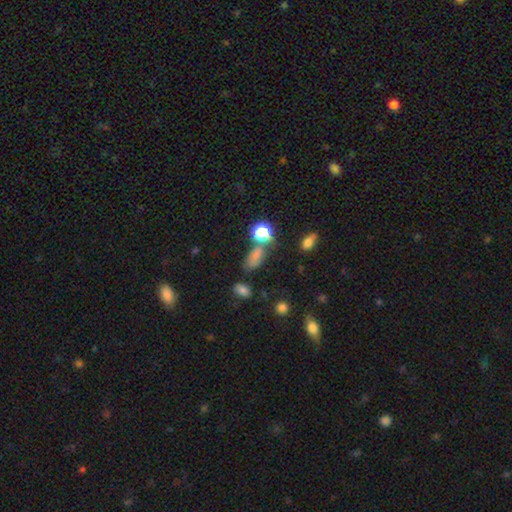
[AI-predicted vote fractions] Smooth or featured?
  - smooth: 65% *
  - star or artifact: 25%
  - featured or disk: 9%
How rounded?
  - in between: 73% *
  - round: 22%
  - cigar-shaped: 5%
Merging?
  - none: 48% *
  - minor disturbance: 21%
  - merger: 18%
  - major disturbance: 13%